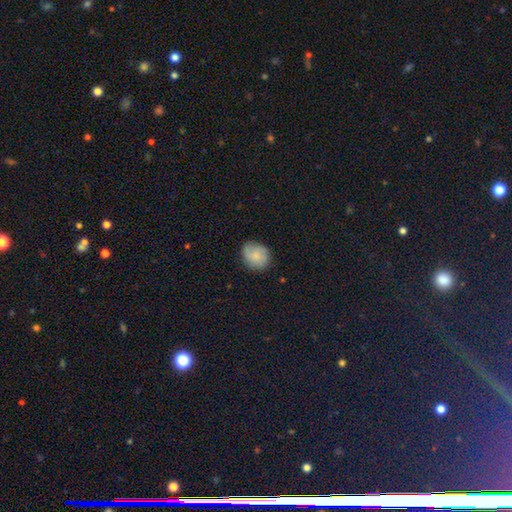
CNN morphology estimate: Smooth or featured? Predicted: smooth (p=0.74). How rounded? Predicted: round (p=0.66). Merging? Predicted: none (p=0.78).